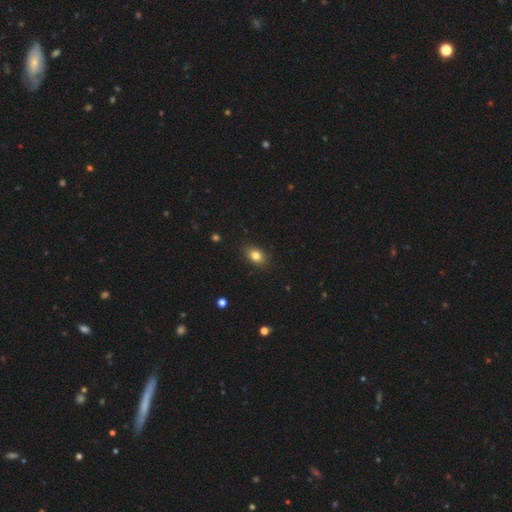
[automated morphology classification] A smooth galaxy with no disk features (82%) that is in between round and cigar-shaped (68%).

Vote fractions:
- Smooth or featured? smooth: 82% / star or artifact: 11% / featured or disk: 7%
- How rounded? in between: 68% / round: 31% / cigar-shaped: 1%
- Merging? none: 86% / minor disturbance: 11% / major disturbance: 2% / merger: 1%